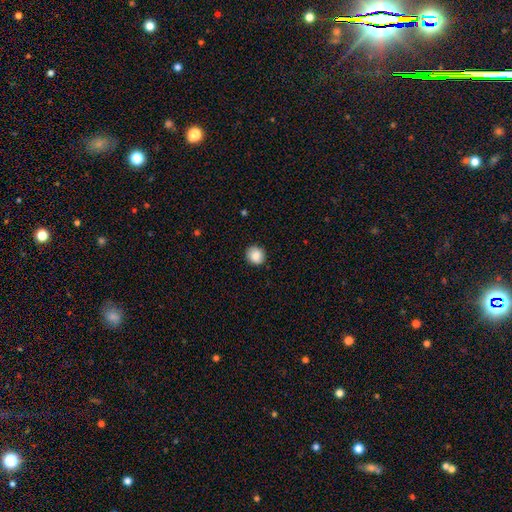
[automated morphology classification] Smooth or featured? Predicted: smooth (p=0.87). How rounded? Predicted: round (p=0.86). Merging? Predicted: none (p=0.90).